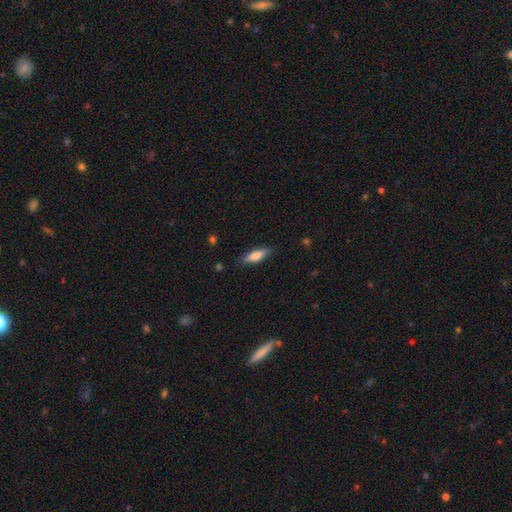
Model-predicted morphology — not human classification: smooth 71%, featured or disk 23%, star or artifact 6%. Down the decision tree: how rounded — cigar-shaped (55%); merging — none (85%).